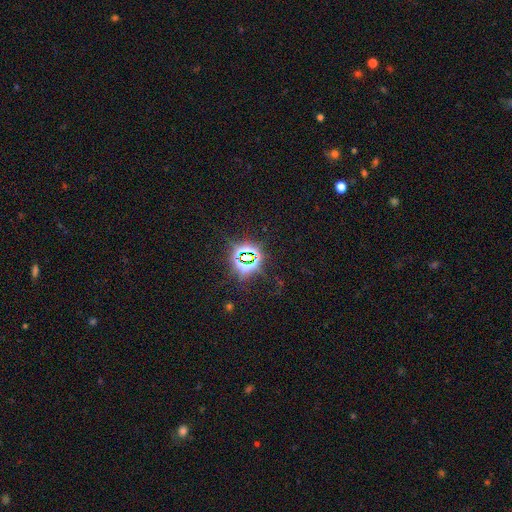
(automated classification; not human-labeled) Smooth or featured?
  - star or artifact: 82% *
  - smooth: 11%
  - featured or disk: 8%